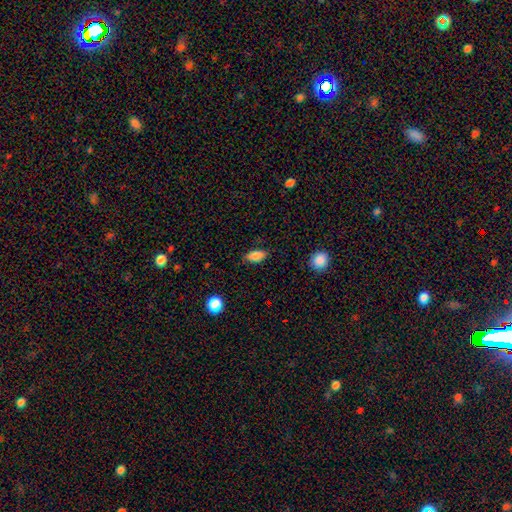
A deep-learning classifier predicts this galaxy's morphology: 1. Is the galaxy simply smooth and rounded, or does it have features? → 84% smooth, 8% star or artifact, 7% featured or disk.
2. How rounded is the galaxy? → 88% in between, 7% cigar-shaped, 5% round.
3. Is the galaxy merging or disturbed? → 82% none, 14% minor disturbance, 3% major disturbance, 1% merger.